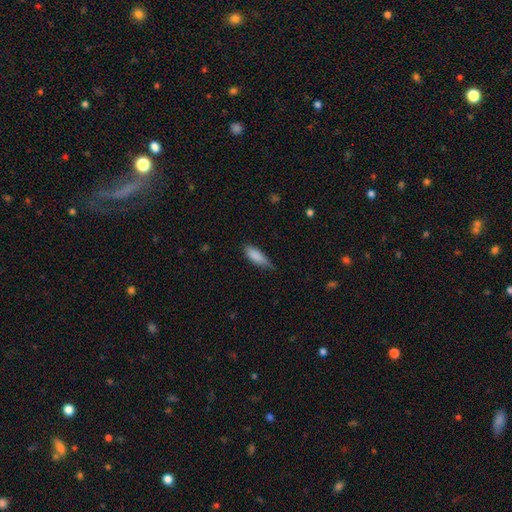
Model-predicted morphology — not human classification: smooth-or-featured: smooth: 86% | featured or disk: 8% | star or artifact: 6%
  how-rounded: in between: 64% | cigar-shaped: 34% | round: 2%
  merging: none: 60% | minor disturbance: 34% | major disturbance: 5% | merger: 1%